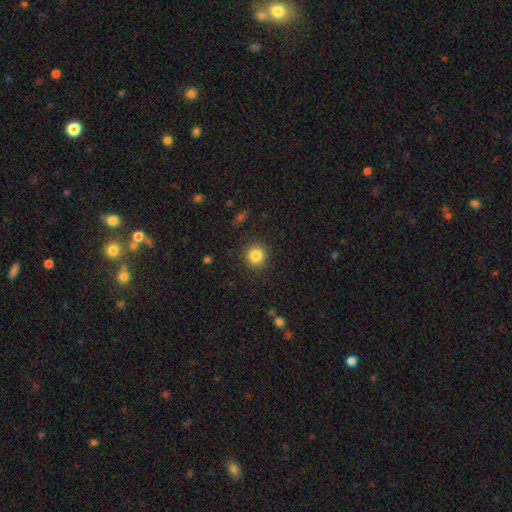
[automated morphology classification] This appears to be a smooth galaxy with no disk features (86%) that is round (93%). Merging: none (89%).